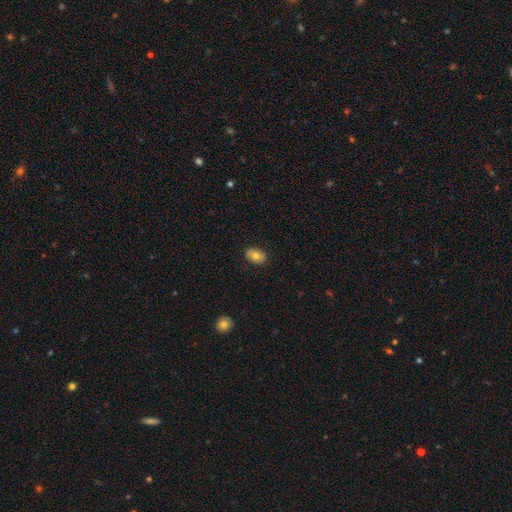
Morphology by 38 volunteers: smooth 76%, featured or disk 18%, star or artifact 5%. Down the decision tree: how rounded — in between (76%); merging — none (89%).